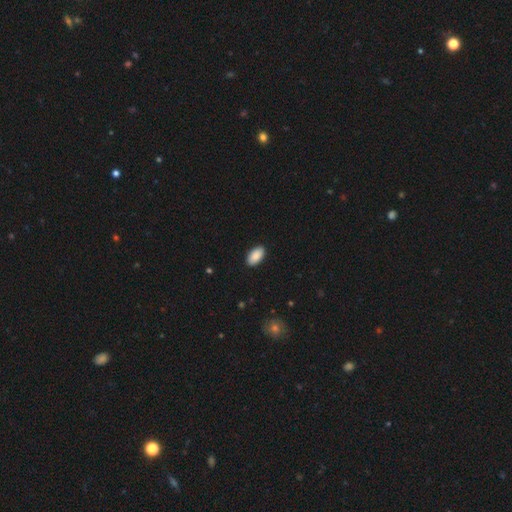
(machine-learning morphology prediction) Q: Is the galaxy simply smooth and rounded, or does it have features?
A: smooth — 90%.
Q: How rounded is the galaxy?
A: in between — 95%.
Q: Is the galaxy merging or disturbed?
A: none — 89%.